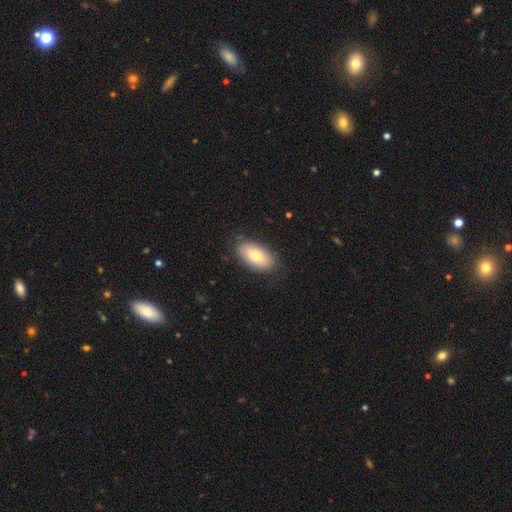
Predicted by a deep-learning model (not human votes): smooth-or-featured: smooth: 78% | featured or disk: 16% | star or artifact: 6%
  how-rounded: in between: 94% | cigar-shaped: 3% | round: 3%
  merging: none: 82% | minor disturbance: 13% | major disturbance: 3% | merger: 1%